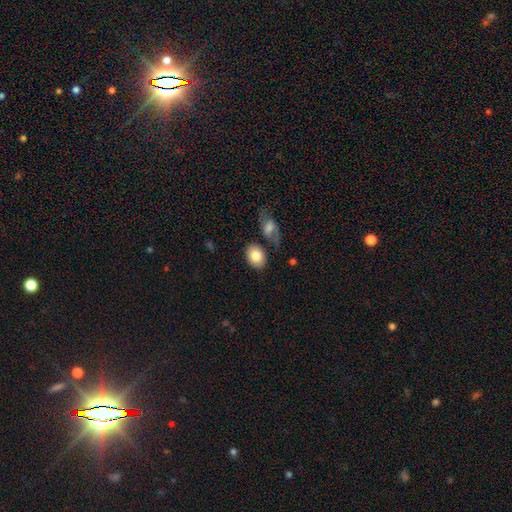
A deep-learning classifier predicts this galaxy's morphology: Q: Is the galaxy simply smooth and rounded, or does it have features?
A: smooth — 82%.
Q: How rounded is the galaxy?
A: in between — 72%.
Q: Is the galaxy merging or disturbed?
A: none — 72%.